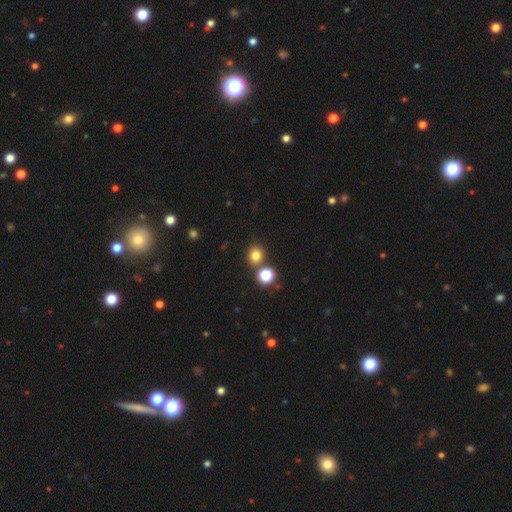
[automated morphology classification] Smooth or featured: smooth — 78% (star or artifact — 16%)
How rounded: round — 82% (in between — 17%)
Merging: none — 73% (merger — 17%)